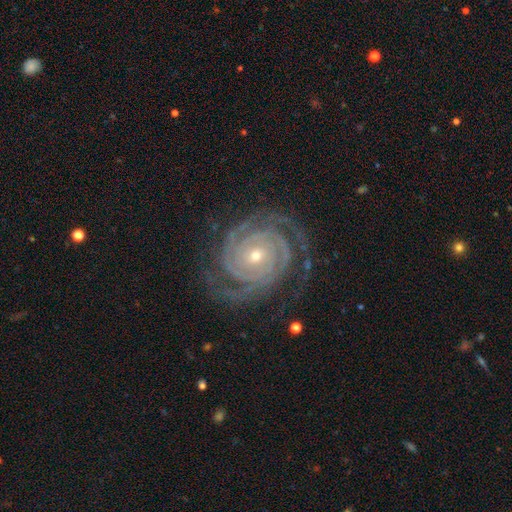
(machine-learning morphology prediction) A featured or disk galaxy (93%) with no bar (72%), 2 (44%) tight (85%) spiral arms (99%) and a small central bulge (58%). Merging: none (79%).